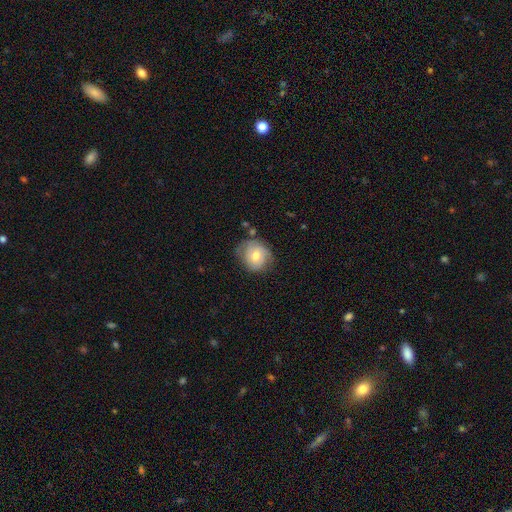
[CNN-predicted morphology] smooth_or_featured: smooth (p=0.57) [alt: featured or disk p=0.36]
how_rounded: round (p=0.77) [alt: in between p=0.22]
merging: none (p=0.60) [alt: minor disturbance p=0.28]